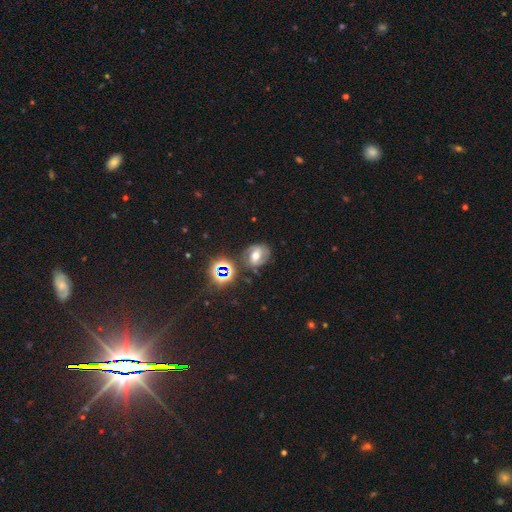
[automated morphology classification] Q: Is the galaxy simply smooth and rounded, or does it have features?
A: featured or disk — 54%.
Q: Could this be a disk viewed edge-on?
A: no — 96%.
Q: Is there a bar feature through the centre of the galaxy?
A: weak — 38%.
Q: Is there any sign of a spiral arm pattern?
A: yes — 75%.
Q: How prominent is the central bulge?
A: moderate — 74%.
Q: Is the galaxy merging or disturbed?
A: none — 71%.